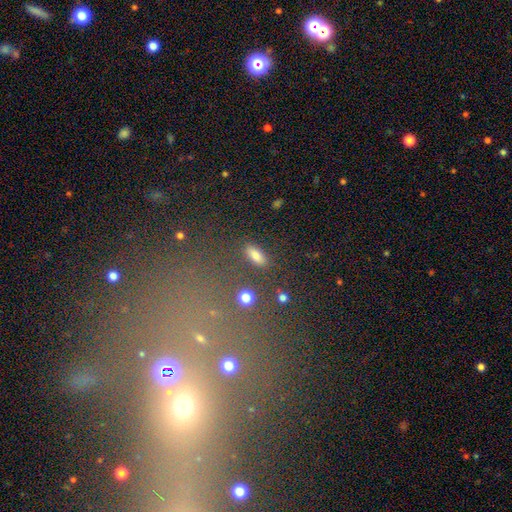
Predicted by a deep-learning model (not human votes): Smooth or featured: smooth — 80% (star or artifact — 11%)
How rounded: in between — 74% (cigar-shaped — 21%)
Merging: none — 84% (minor disturbance — 9%)